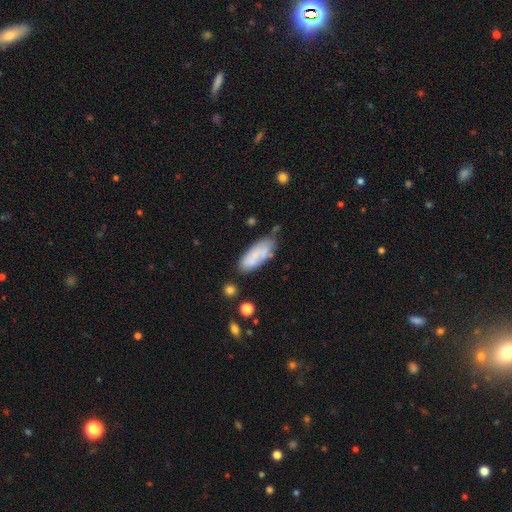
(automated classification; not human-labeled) This is likely a smooth galaxy (68%). How rounded: likely in between (76%). Merging: possibly none (57%).